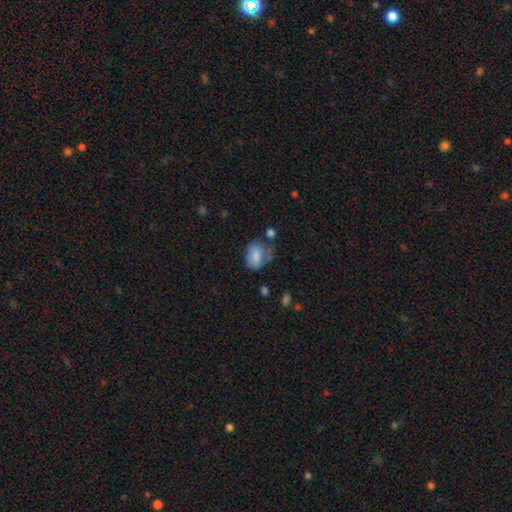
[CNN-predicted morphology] This appears to be a smooth galaxy with no disk features (77%) that is in between round and cigar-shaped (70%). Merging: none (45%).